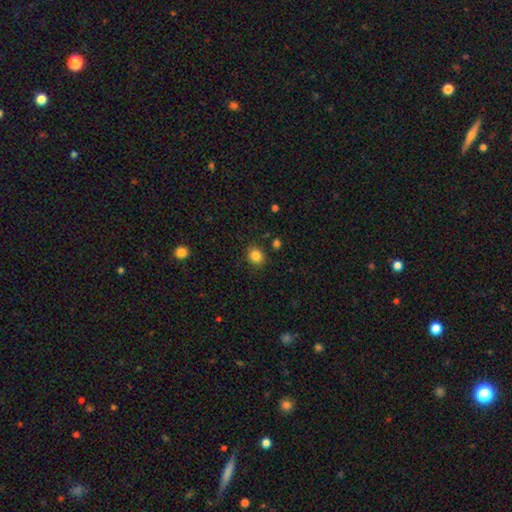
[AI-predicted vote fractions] A smooth galaxy with no disk features (84%) that is round (68%).

Vote fractions:
- Smooth or featured? smooth: 84% / star or artifact: 11% / featured or disk: 5%
- How rounded? round: 68% / in between: 31% / cigar-shaped: 1%
- Merging? none: 86% / minor disturbance: 9% / major disturbance: 3% / merger: 2%